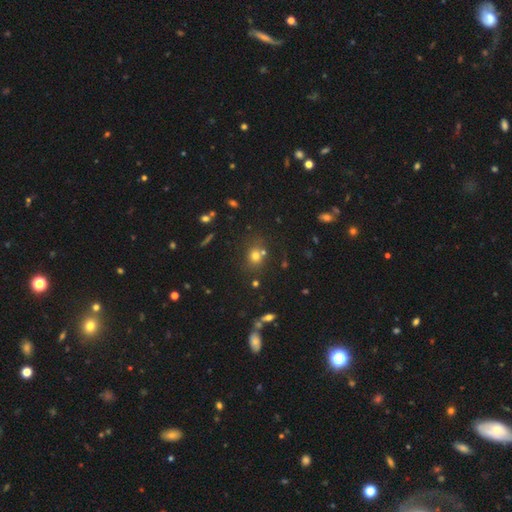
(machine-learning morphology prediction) type=smooth (68%); roundness=round (74%); merging=none (66%).